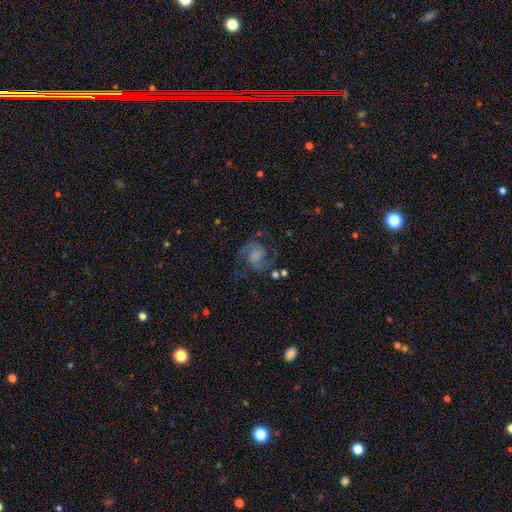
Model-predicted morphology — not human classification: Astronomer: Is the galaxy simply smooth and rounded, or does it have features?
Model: featured or disk — 80%.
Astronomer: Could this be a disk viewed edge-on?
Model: no — 98%.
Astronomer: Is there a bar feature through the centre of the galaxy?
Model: no — 62%.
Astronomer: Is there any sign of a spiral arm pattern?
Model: yes — 96%.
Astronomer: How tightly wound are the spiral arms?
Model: medium — 56%.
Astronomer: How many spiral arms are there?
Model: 2 — 92%.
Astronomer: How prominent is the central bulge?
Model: none — 43% (runner-up: small, 20%).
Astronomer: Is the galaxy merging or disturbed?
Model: none — 69%.